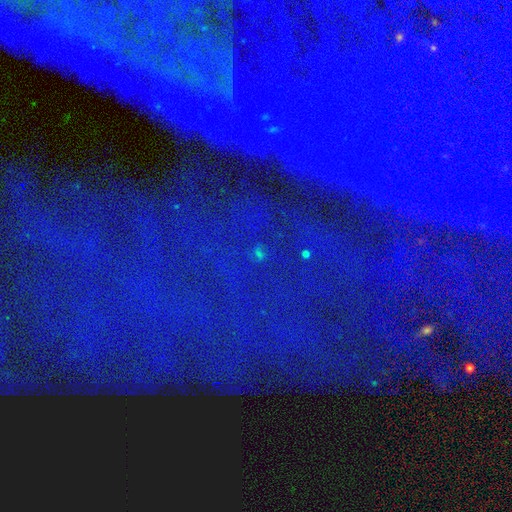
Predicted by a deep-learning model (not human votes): The model was most divided on "smooth or featured": star or artifact: 83%, featured or disk: 9%, smooth: 8%.